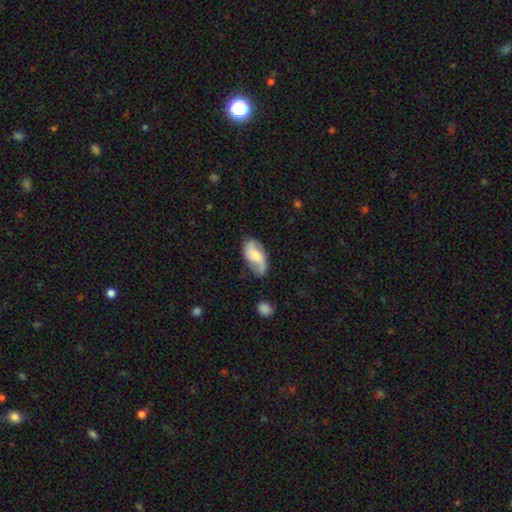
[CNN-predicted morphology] smooth-or-featured: featured or disk: 54% | smooth: 40% | star or artifact: 6%
  disk-edge-on: no: 95% | yes: 5%
    bar: no: 52% | weak: 38% | strong: 11%
    has-spiral-arms: yes: 88% | no: 12%
    bulge-size: moderate: 45% | small: 36% | large: 10% | none: 8% | dominant: 2%
  merging: none: 60% | minor disturbance: 28% | major disturbance: 10% | merger: 3%